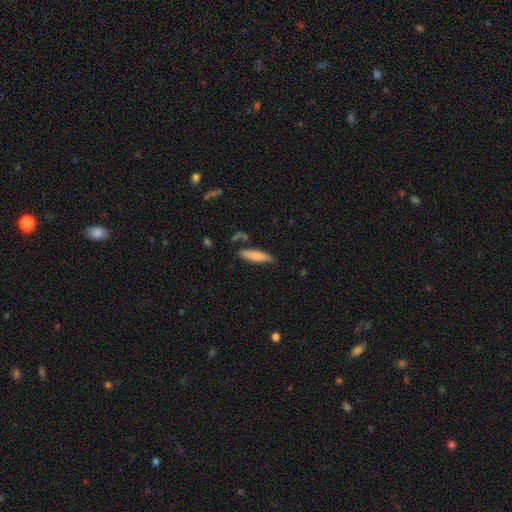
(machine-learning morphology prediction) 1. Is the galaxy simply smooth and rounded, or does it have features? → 78% smooth, 16% featured or disk, 6% star or artifact.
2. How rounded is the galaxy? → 74% cigar-shaped, 24% in between, 2% round.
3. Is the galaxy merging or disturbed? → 79% none, 14% minor disturbance, 5% merger, 3% major disturbance.